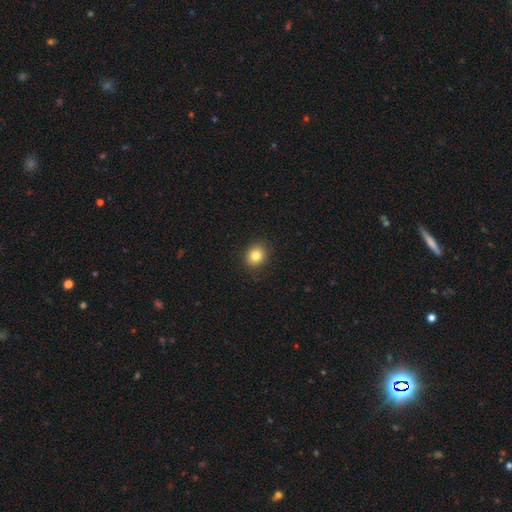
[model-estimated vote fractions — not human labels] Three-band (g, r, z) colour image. It shows a smooth galaxy with no disk features (82%) that is round (75%). Merging: none (89%).